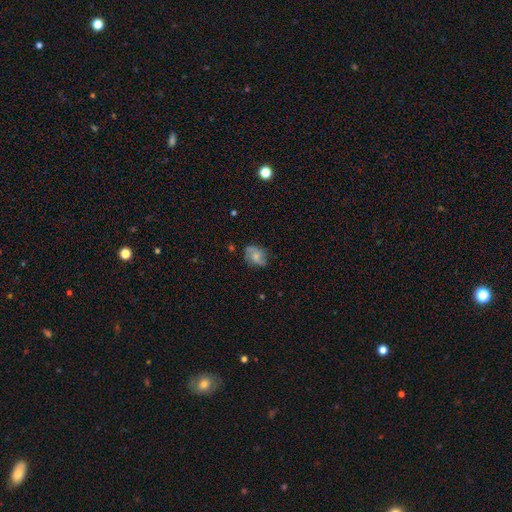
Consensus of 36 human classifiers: This appears to be a smooth galaxy with no disk features (50%) that is in between round and cigar-shaped (61%). Merging: none (66%).